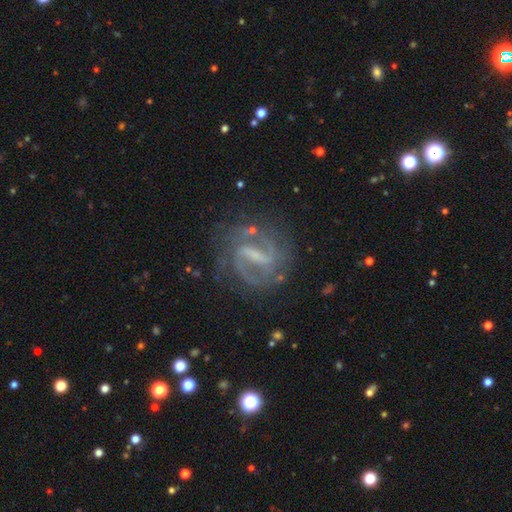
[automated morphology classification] featured or disk 86%, star or artifact 7%, smooth 7%. Down the decision tree: edge-on disk — no (96%); bar — strong (60%); spiral arms — yes (94%); spiral arm count — 2 (82%); spiral winding — medium (49%); bulge size — small (45%); merging — none (76%).